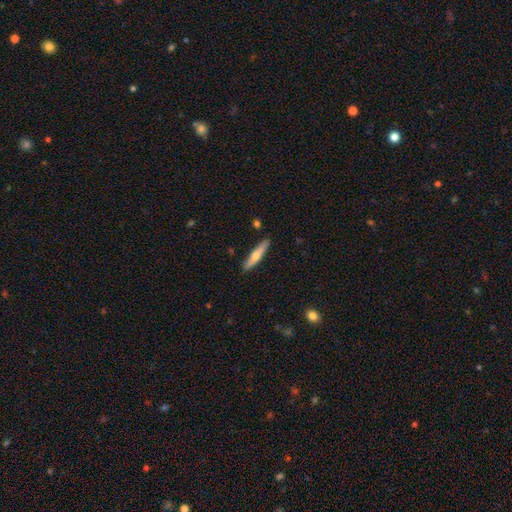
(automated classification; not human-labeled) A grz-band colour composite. It shows a smooth galaxy with no disk features (53%) that is cigar-shaped (87%). Merging: none (89%).